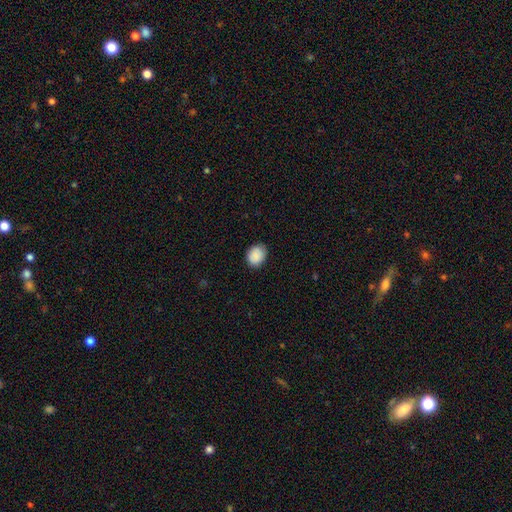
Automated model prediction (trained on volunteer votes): This appears to be a smooth galaxy with no disk features (90%) that is in between round and cigar-shaped (52%). Merging: none (84%).